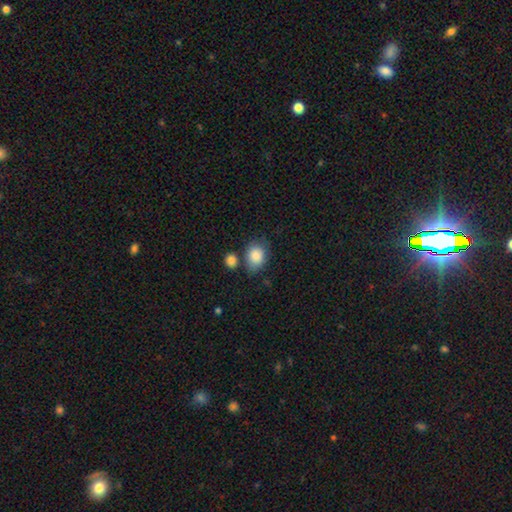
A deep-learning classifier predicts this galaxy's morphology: Smooth or featured?
  - smooth: 87% *
  - star or artifact: 7%
  - featured or disk: 5%
How rounded?
  - in between: 59% *
  - round: 40%
  - cigar-shaped: 1%
Merging?
  - none: 61% *
  - minor disturbance: 20%
  - merger: 13%
  - major disturbance: 6%